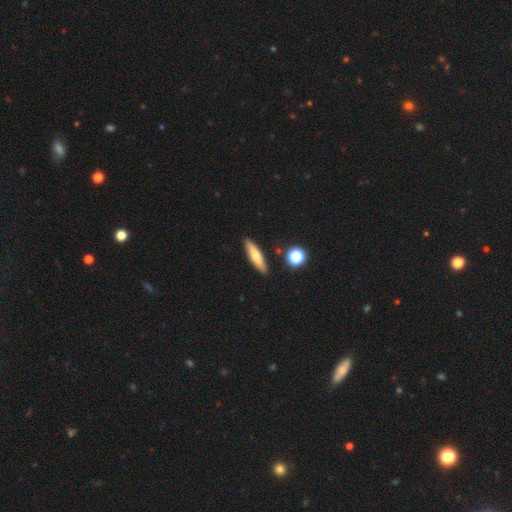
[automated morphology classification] type=smooth (60%); roundness=cigar-shaped (73%); merging=none (88%).